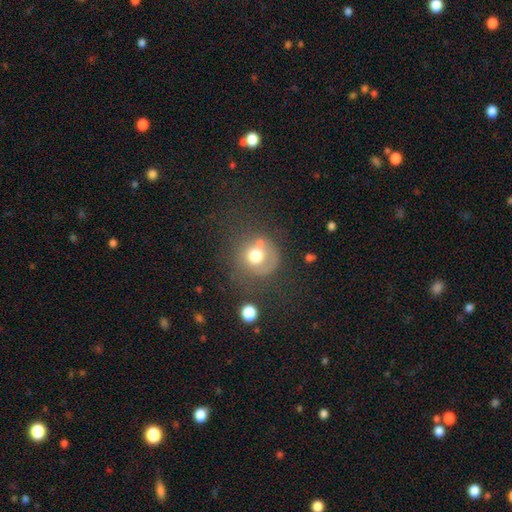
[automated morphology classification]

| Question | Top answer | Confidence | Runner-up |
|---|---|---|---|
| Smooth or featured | smooth | 64% | featured or disk (24%) |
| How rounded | round | 88% | in between (11%) |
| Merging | none | 52% | minor disturbance (18%) |